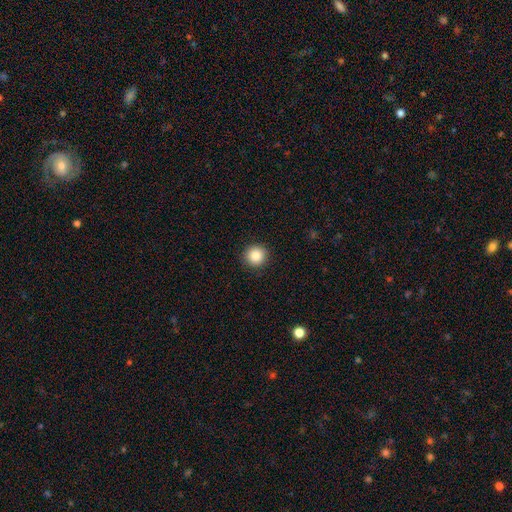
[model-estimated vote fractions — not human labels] Smooth or featured? Predicted: smooth (p=0.86). How rounded? Predicted: round (p=0.93). Merging? Predicted: none (p=0.92).